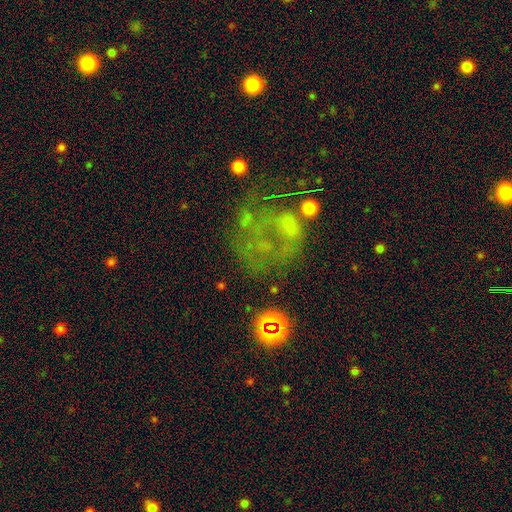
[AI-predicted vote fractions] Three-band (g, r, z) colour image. It shows a featured or disk galaxy (44%). Merging: major disturbance (39%).